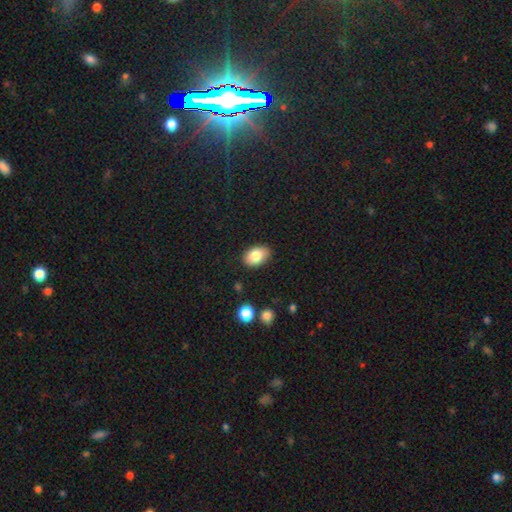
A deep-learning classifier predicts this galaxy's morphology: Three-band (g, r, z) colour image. It shows a smooth galaxy with no disk features (83%) that is in between round and cigar-shaped (85%). Merging: none (83%).